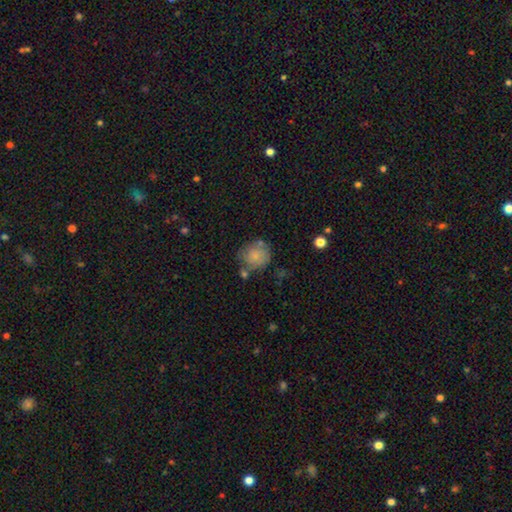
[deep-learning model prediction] A smooth galaxy with no disk features (75%) that is round (81%). Merging: none (56%).